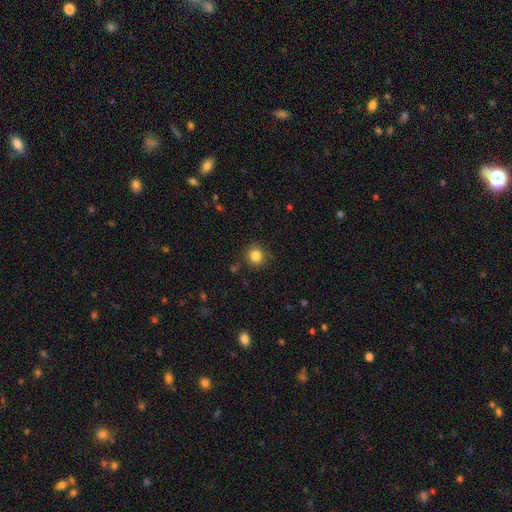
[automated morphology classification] Overall: smooth (84%). How rounded: round (87%). Merging: none (85%).